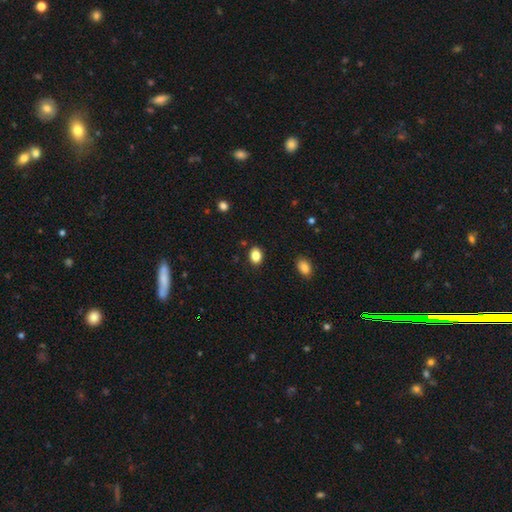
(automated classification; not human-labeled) Overall: smooth (86%). How rounded: in between (69%; round 30%). Merging: none (88%).